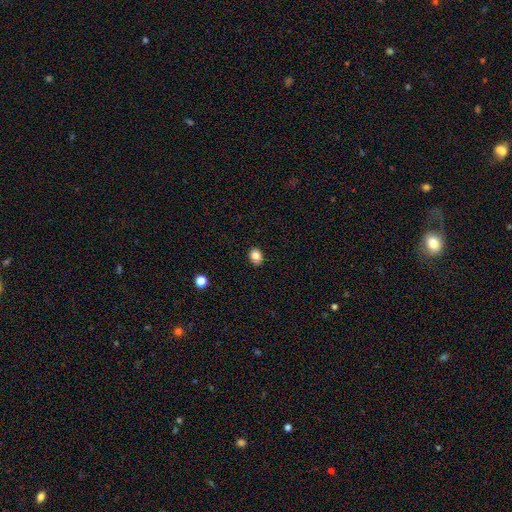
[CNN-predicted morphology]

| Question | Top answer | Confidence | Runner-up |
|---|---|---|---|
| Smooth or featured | smooth | 84% | star or artifact (10%) |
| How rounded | in between | 56% | round (43%) |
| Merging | none | 90% | minor disturbance (7%) |